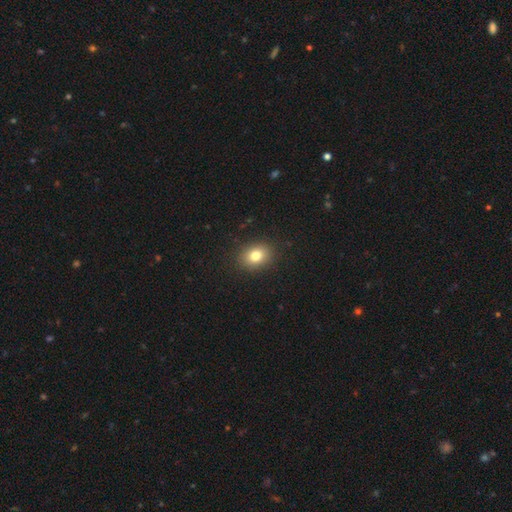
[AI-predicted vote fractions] Smooth or featured?
  - smooth: 80% *
  - star or artifact: 11%
  - featured or disk: 9%
How rounded?
  - in between: 55% *
  - round: 44%
  - cigar-shaped: 1%
Merging?
  - none: 89% *
  - minor disturbance: 8%
  - major disturbance: 2%
  - merger: 1%